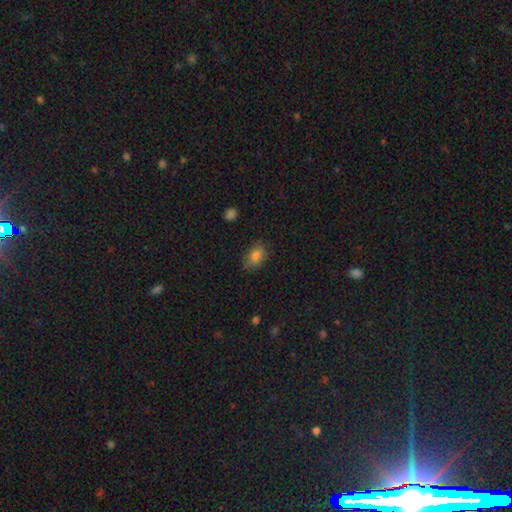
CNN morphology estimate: smooth 82%, star or artifact 10%, featured or disk 8%. Down the decision tree: how rounded — in between (78%); merging — none (77%).